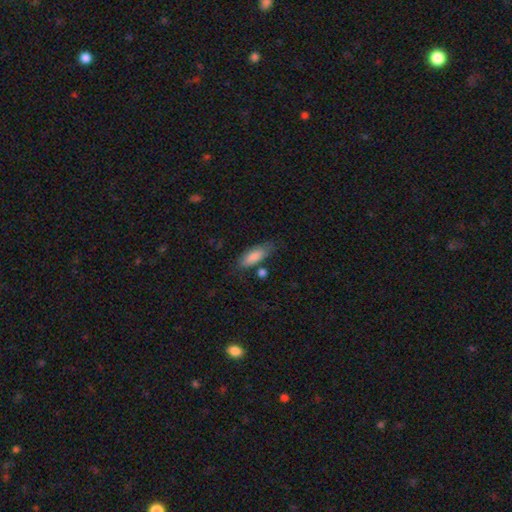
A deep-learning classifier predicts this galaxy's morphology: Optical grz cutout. It shows a smooth galaxy with no disk features (85%) that is in between round and cigar-shaped (71%). Merging: none (68%).